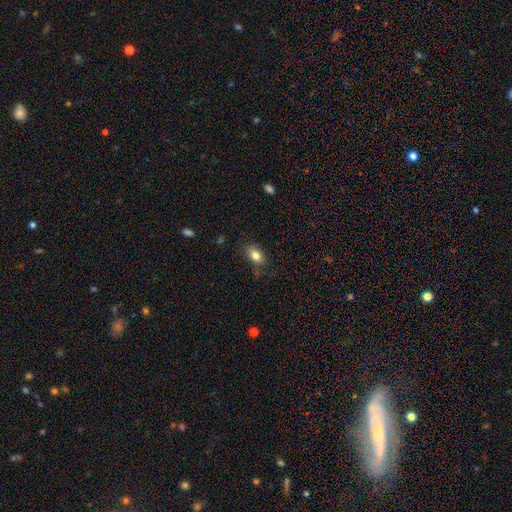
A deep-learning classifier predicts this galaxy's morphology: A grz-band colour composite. It shows a smooth galaxy with no disk features (82%) that is in between round and cigar-shaped (84%). Merging: none (76%).